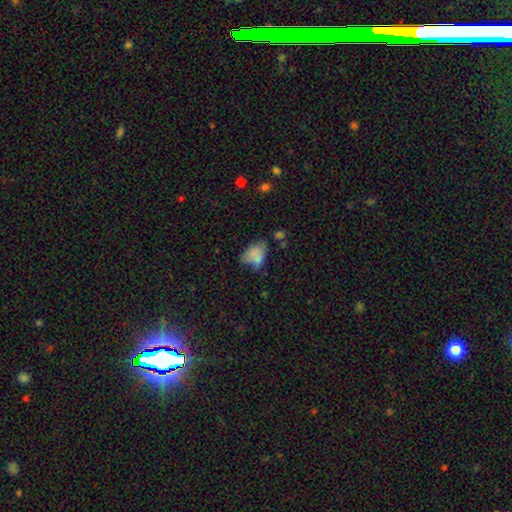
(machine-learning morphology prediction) Q: Smooth or featured?
A: smooth (73%); runner-up: featured or disk (14%)
Q: How rounded?
A: in between (85%); runner-up: round (13%)
Q: Merging?
A: none (36%); runner-up: minor disturbance (30%)